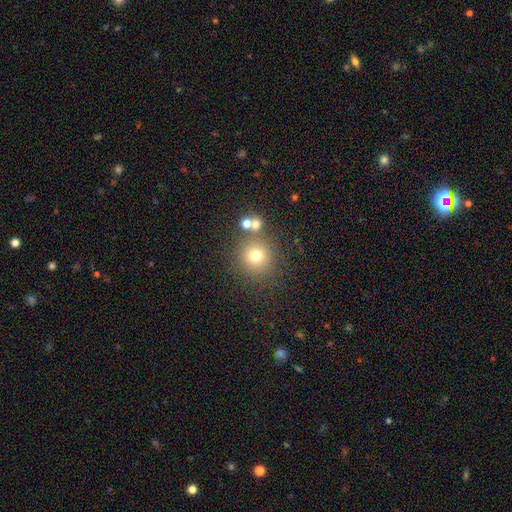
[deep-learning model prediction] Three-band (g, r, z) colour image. It shows a smooth galaxy with no disk features (72%) that is round (93%). Merging: none (76%).